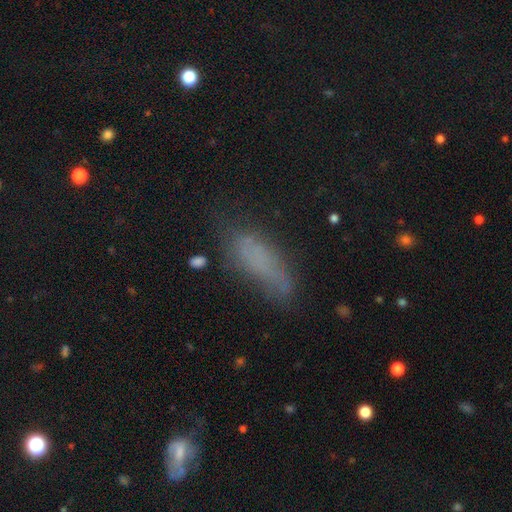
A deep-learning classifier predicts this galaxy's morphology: A smooth galaxy with no disk features (69%) that is in between round and cigar-shaped (56%). Merging: none (57%).